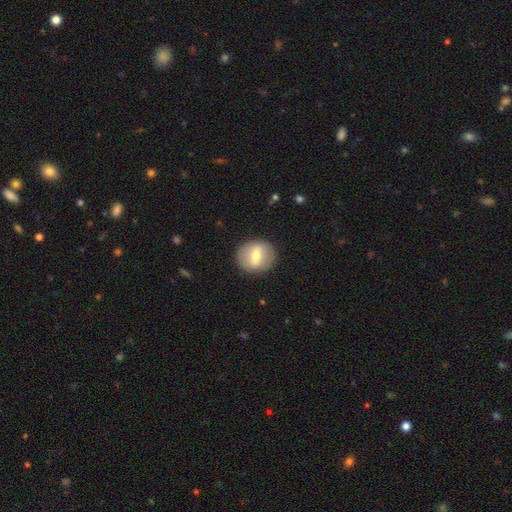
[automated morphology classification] smooth-or-featured: smooth: 54% | featured or disk: 38% | star or artifact: 7%
  how-rounded: round: 77% | in between: 22% | cigar-shaped: 1%
  merging: none: 87% | minor disturbance: 9% | major disturbance: 3% | merger: 1%